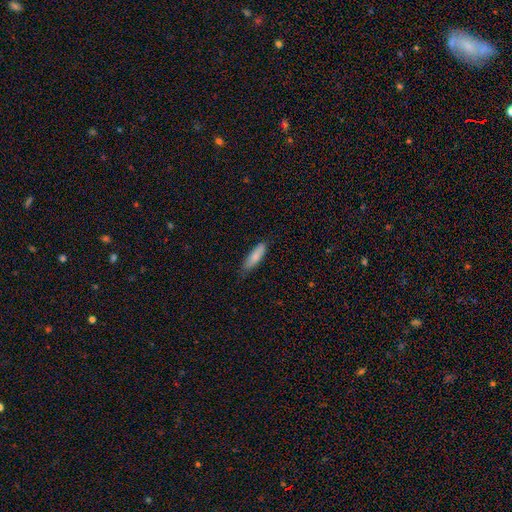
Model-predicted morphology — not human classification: Overall: smooth (83%). How rounded: cigar-shaped (60%; in between 38%). Merging: none (76%).